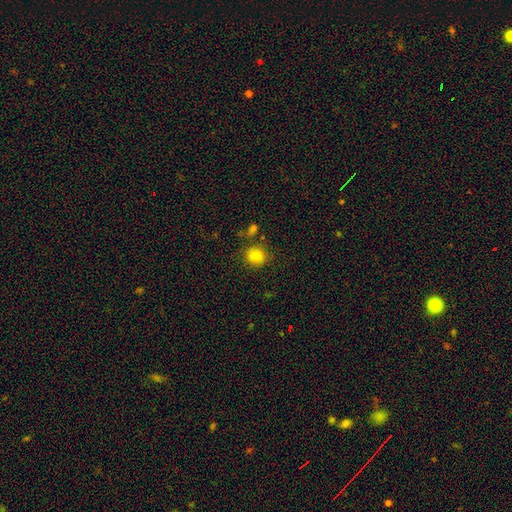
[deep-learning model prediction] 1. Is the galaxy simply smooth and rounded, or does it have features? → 83% smooth, 12% star or artifact, 5% featured or disk.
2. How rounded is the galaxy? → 88% round, 11% in between, 1% cigar-shaped.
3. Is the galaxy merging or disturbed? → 82% none, 10% minor disturbance, 5% merger, 3% major disturbance.